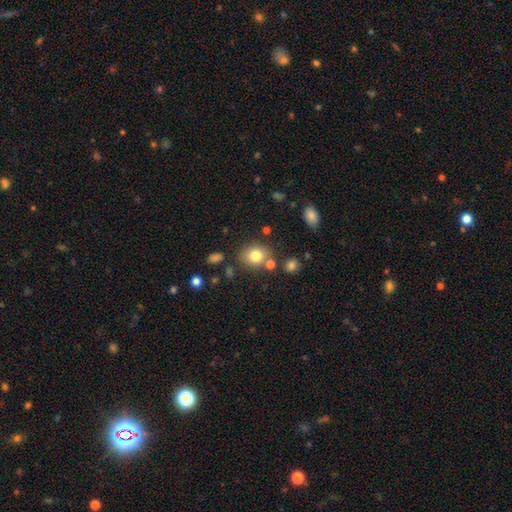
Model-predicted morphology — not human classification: Smooth or featured: smooth — 78% (star or artifact — 12%)
How rounded: round — 62% (in between — 37%)
Merging: none — 74% (minor disturbance — 12%)